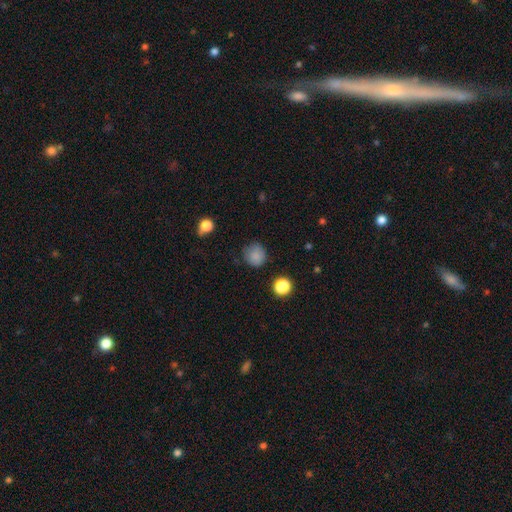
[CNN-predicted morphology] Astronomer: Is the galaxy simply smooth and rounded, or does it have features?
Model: smooth — 84%.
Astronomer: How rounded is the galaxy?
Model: round — 90%.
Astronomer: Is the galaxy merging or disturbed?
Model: none — 79%.